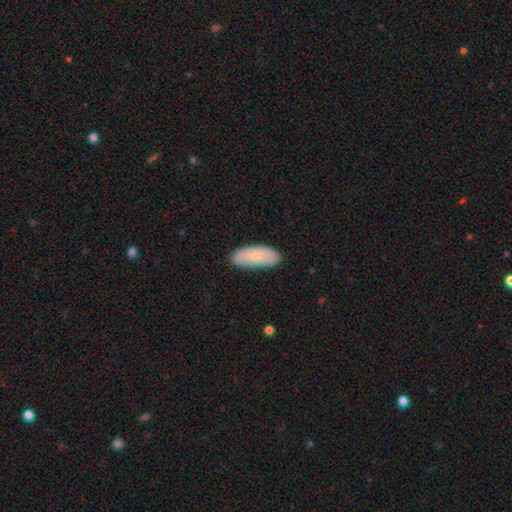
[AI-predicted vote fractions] smooth 77%, featured or disk 17%, star or artifact 6%. Down the decision tree: how rounded — in between (81%); merging — none (81%).